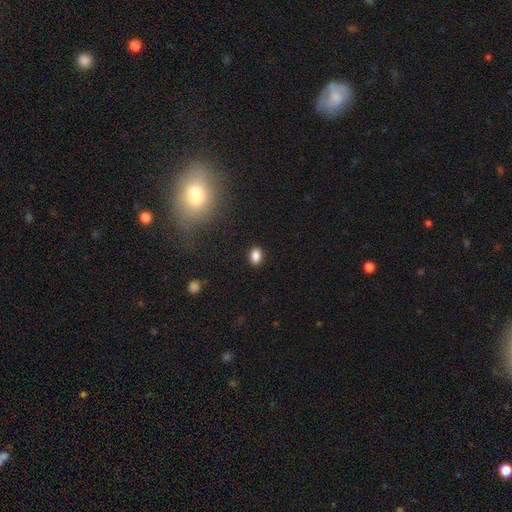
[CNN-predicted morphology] smooth_or_featured: smooth (p=0.86) [alt: star or artifact p=0.10]
how_rounded: in between (p=0.72) [alt: round p=0.27]
merging: none (p=0.88) [alt: minor disturbance p=0.08]